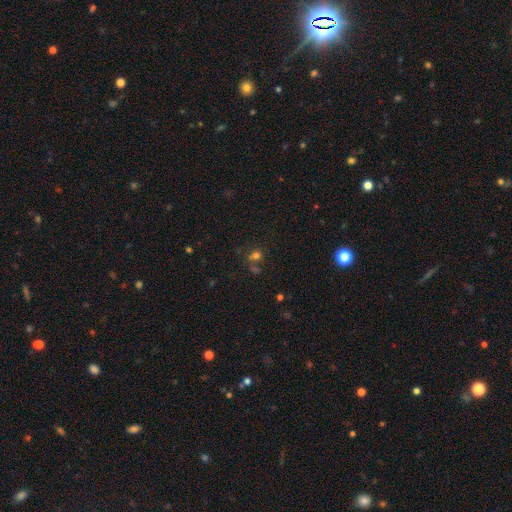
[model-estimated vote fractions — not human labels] Smooth or featured? Predicted: smooth (p=0.64). How rounded? Predicted: round (p=0.75). Merging? Predicted: none (p=0.52).